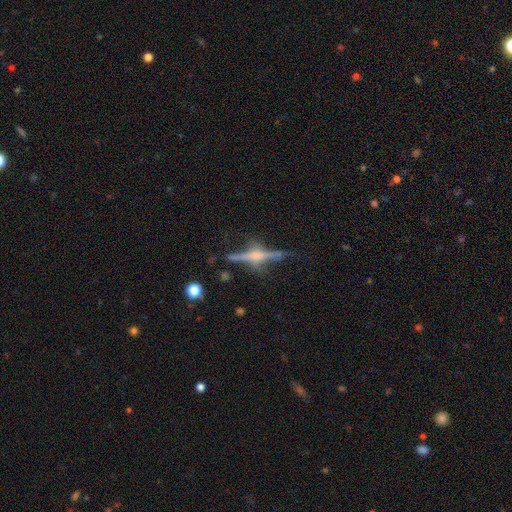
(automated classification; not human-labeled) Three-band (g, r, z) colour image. It shows a featured or disk galaxy (80%) viewed edge-on (96%) with a rounded central bulge (84%). Merging: none (75%).